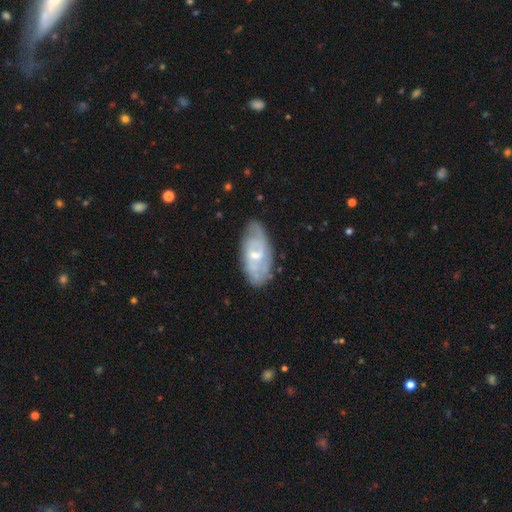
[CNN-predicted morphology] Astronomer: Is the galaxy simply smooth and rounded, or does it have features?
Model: featured or disk — 66%.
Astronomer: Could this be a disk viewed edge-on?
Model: no — 93%.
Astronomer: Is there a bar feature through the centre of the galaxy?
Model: weak — 53% (runner-up: no, 36%).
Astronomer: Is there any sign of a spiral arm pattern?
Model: yes — 75%.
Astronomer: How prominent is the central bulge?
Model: small — 50% (runner-up: moderate, 42%).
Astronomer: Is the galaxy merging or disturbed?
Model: none — 68%.